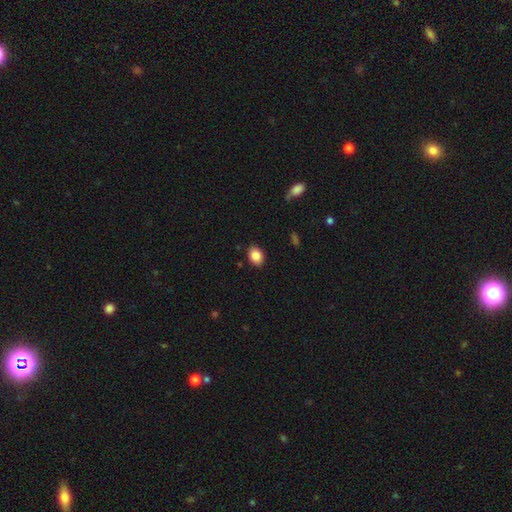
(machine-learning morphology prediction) A smooth galaxy with no disk features (87%) that is in between round and cigar-shaped (73%). Merging: none (88%).